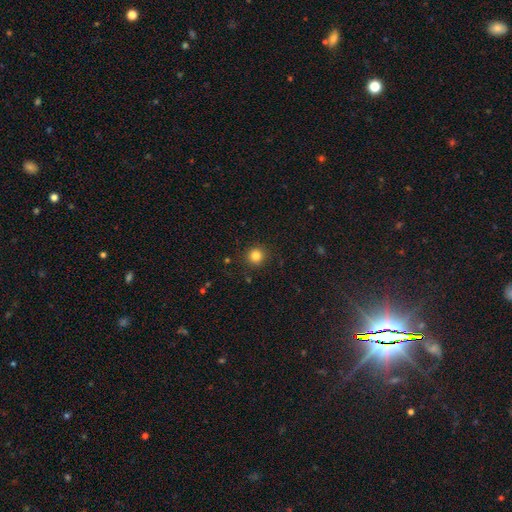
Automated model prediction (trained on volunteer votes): smooth 83%, star or artifact 12%, featured or disk 5%. Down the decision tree: how rounded — round (93%); merging — none (90%).